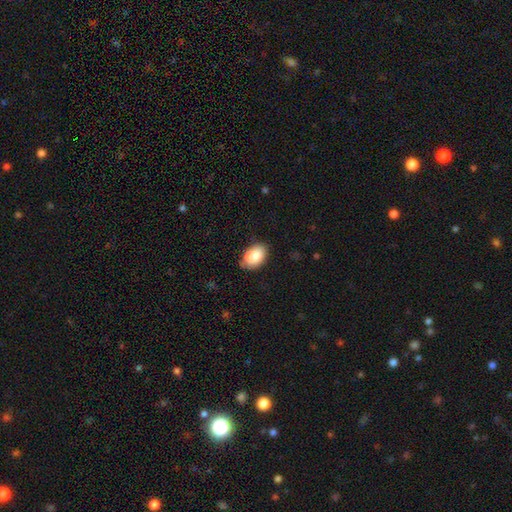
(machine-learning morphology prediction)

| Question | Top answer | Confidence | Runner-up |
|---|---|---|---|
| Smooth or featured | smooth | 81% | featured or disk (12%) |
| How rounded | in between | 85% | round (13%) |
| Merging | none | 55% | minor disturbance (23%) |